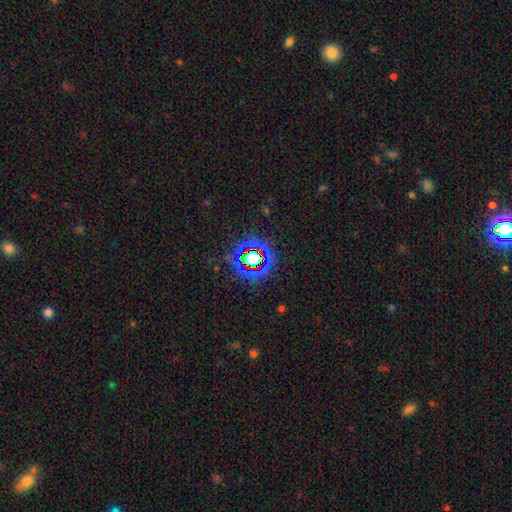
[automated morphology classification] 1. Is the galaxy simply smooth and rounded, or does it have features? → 74% star or artifact, 16% smooth, 10% featured or disk.